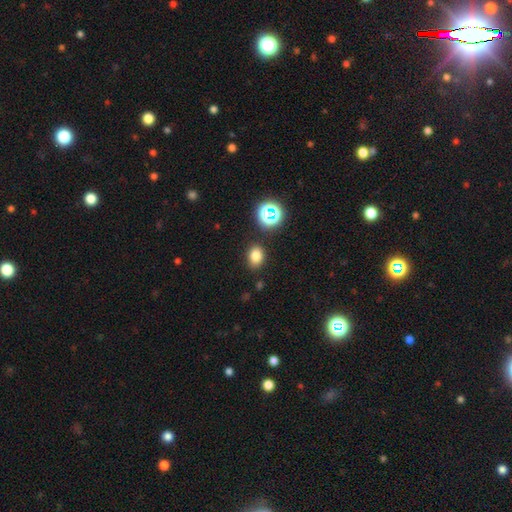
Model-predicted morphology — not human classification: This is likely a smooth galaxy (78%). How rounded: likely in between (61%). Merging: clearly none (84%).